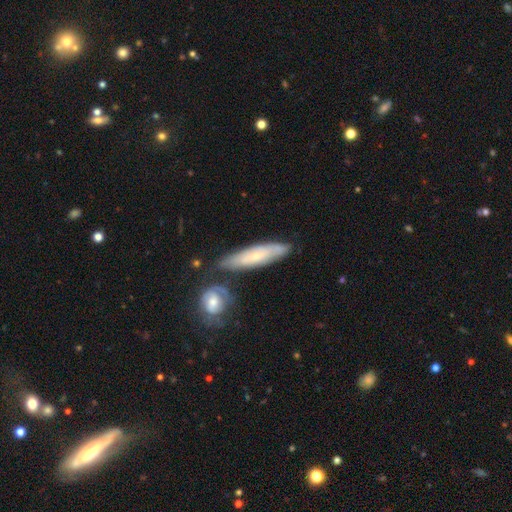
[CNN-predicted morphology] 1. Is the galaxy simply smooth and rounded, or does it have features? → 48% smooth, 46% featured or disk, 7% star or artifact.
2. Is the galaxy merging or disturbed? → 65% none, 18% minor disturbance, 12% merger, 5% major disturbance.